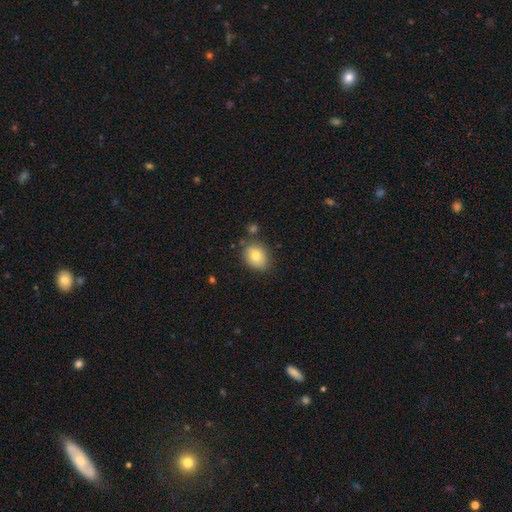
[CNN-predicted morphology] A smooth galaxy with no disk features (81%) that is in between round and cigar-shaped (57%). Merging: none (75%).